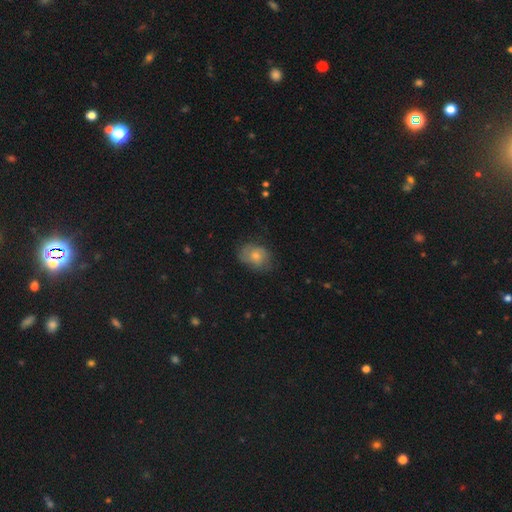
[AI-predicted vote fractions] smooth_or_featured: smooth (p=0.65) [alt: featured or disk p=0.27]
how_rounded: in between (p=0.62) [alt: round p=0.37]
merging: none (p=0.64) [alt: minor disturbance p=0.26]